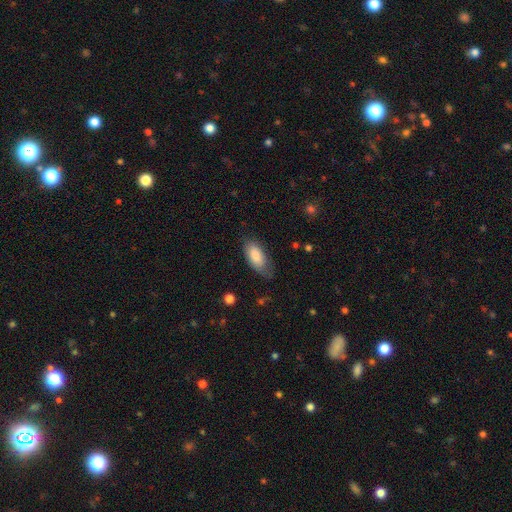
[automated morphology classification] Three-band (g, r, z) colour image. It shows a smooth galaxy with no disk features (81%) that is in between round and cigar-shaped (89%). Merging: none (65%).